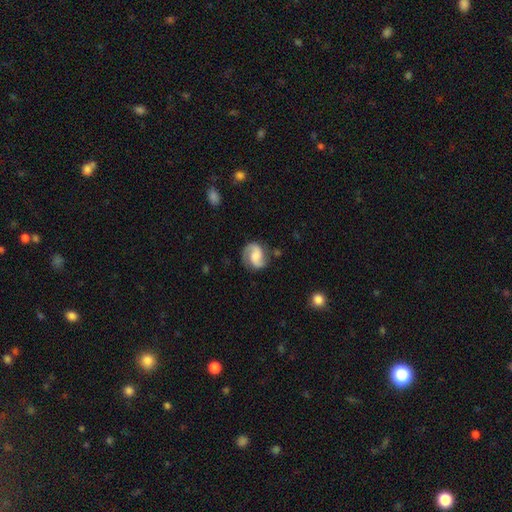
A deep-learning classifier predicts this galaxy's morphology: Smooth or featured?
  - featured or disk: 78% *
  - smooth: 16%
  - star or artifact: 6%
Edge-on disk?
  - no: 98% *
  - yes: 2%
Bar?
  - no: 45% *
  - weak: 41%
  - strong: 14%
Spiral arms?
  - yes: 96% *
  - no: 4%
Spiral winding?
  - medium: 48% *
  - loose: 32%
  - tight: 21%
Spiral arm count?
  - 2: 87% *
  - 1: 6%
  - can't tell: 3%
  - 3: 1%
  - 4: 1%
  - more than 4: 1%
Bulge size?
  - moderate: 32% *
  - small: 25%
  - none: 23%
  - large: 16%
  - dominant: 3%
Merging?
  - none: 73% *
  - minor disturbance: 17%
  - major disturbance: 7%
  - merger: 2%